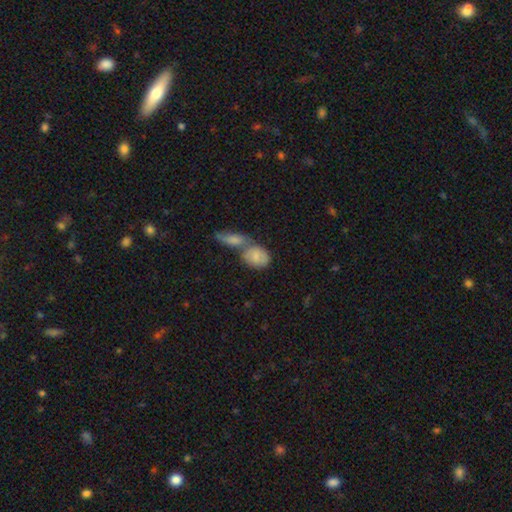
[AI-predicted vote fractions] This appears to be a smooth galaxy with no disk features (73%) that is in between round and cigar-shaped (74%). Merging: merger (62%).